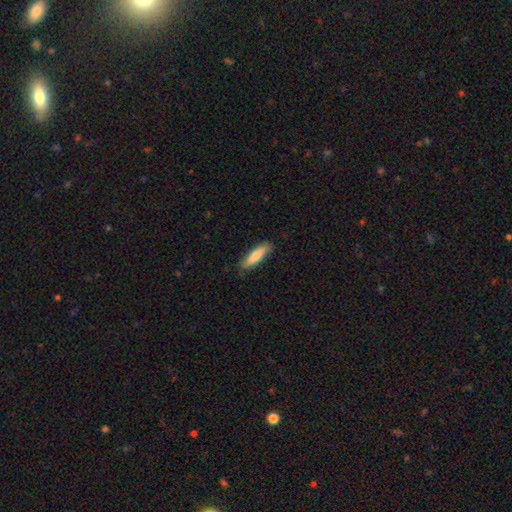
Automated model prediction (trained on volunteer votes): Overall: smooth (77%). How rounded: cigar-shaped (73%). Merging: none (84%).